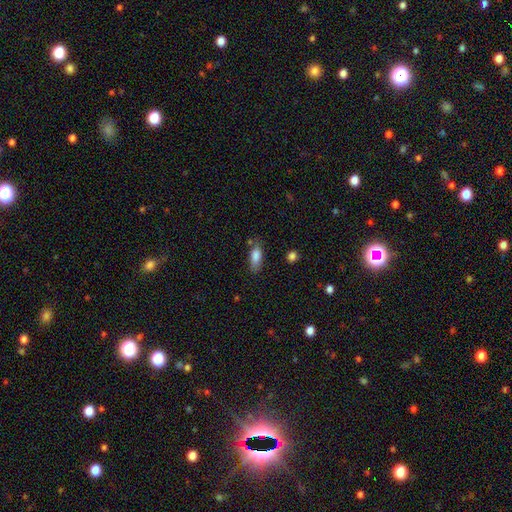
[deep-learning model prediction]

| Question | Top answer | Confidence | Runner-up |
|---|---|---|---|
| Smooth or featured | smooth | 83% | featured or disk (10%) |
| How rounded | in between | 74% | cigar-shaped (24%) |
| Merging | none | 68% | minor disturbance (21%) |